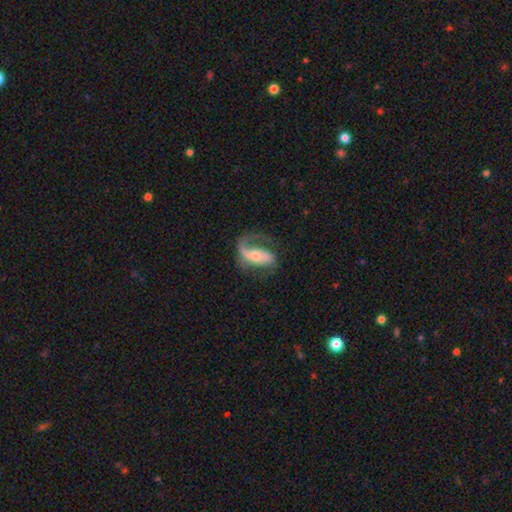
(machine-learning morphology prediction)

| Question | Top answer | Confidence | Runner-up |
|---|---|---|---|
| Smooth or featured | featured or disk | 77% | smooth (17%) |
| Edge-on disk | no | 95% | yes (5%) |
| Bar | no | 37% | strong (32%) |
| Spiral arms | yes | 91% | no (9%) |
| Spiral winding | loose | 44% | medium (40%) |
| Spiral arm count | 1 | 49% | 2 (44%) |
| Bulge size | small | 47% | moderate (45%) |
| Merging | none | 49% | major disturbance (30%) |